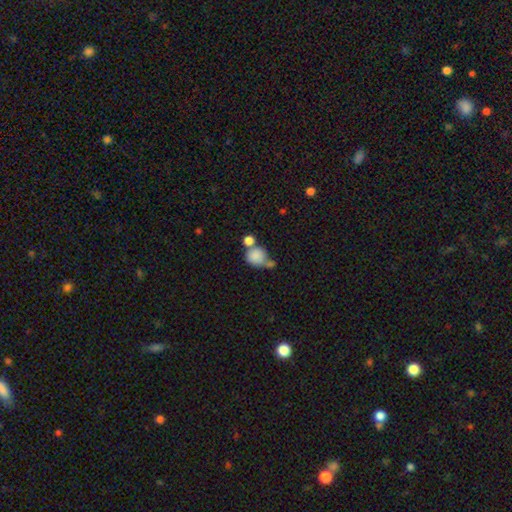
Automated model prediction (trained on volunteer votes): The model was most divided on "merging": merger: 45%, none: 34%, minor disturbance: 13%, major disturbance: 8%. More confident: smooth or featured — smooth (82%); how rounded — round (75%).